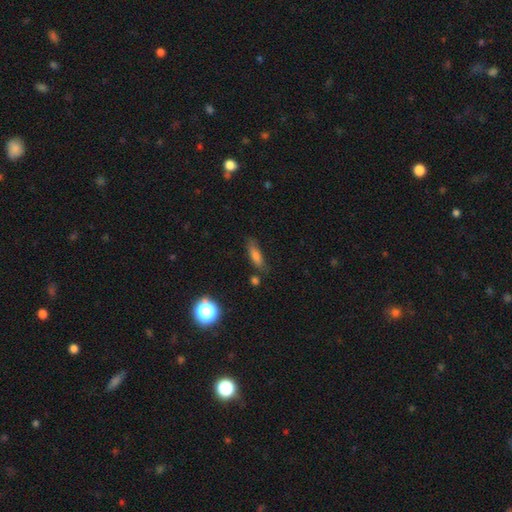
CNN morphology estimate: smooth-or-featured: smooth: 70% | featured or disk: 15% | star or artifact: 15%
  how-rounded: cigar-shaped: 48% | in between: 47% | round: 5%
  merging: none: 71% | minor disturbance: 19% | major disturbance: 5% | merger: 5%